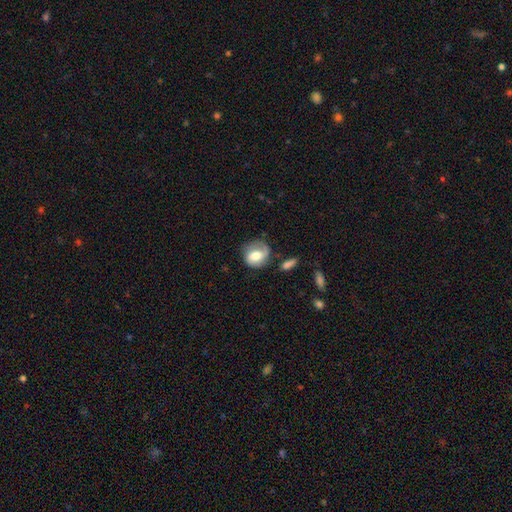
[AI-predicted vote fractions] smooth-or-featured: smooth: 51% | featured or disk: 42% | star or artifact: 7%
  how-rounded: round: 68% | in between: 31% | cigar-shaped: 1%
  merging: none: 59% | minor disturbance: 25% | major disturbance: 12% | merger: 4%